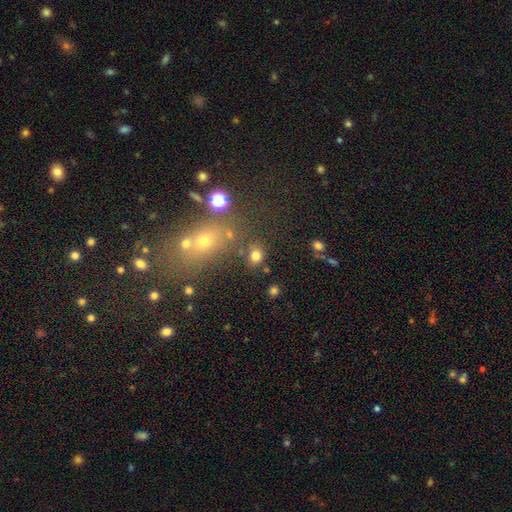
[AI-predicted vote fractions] Smooth or featured: smooth — 76% (star or artifact — 16%)
How rounded: round — 52% (in between — 47%)
Merging: none — 73% (minor disturbance — 12%)